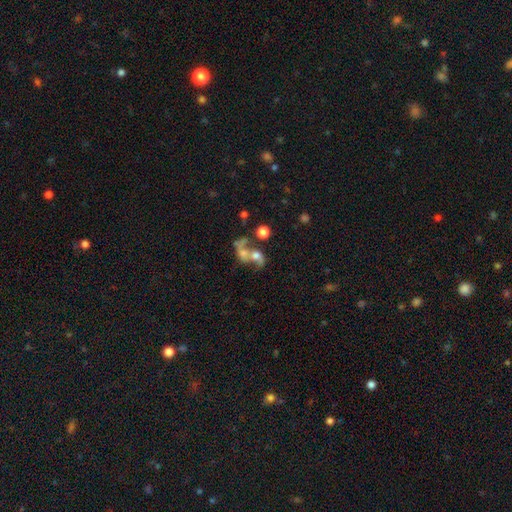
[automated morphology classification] Smooth or featured? featured or disk (46%)
Merging? merger (58%)